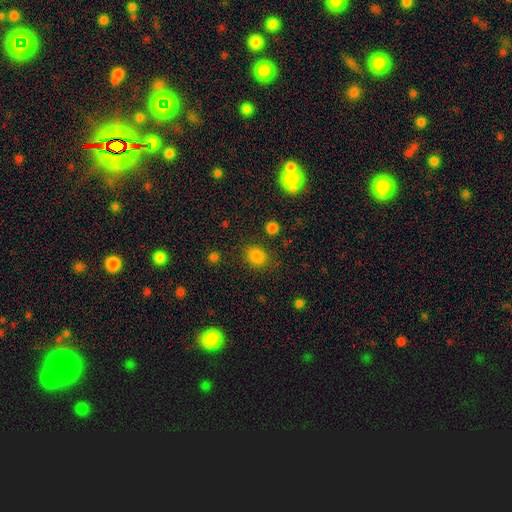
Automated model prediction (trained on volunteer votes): This appears to be a smooth galaxy with no disk features (83%) that is round (59%). Merging: none (82%).